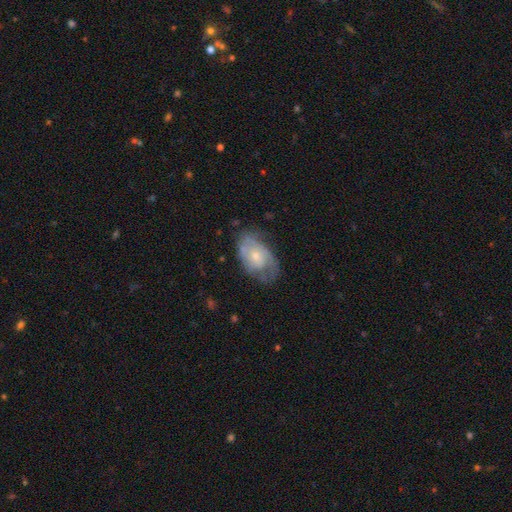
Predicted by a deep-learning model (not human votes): smooth-or-featured: featured or disk: 62% | smooth: 31% | star or artifact: 7%
  disk-edge-on: no: 96% | yes: 4%
    bar: no: 78% | weak: 19% | strong: 3%
    has-spiral-arms: yes: 74% | no: 26%
    bulge-size: small: 58% | moderate: 37% | none: 2% | large: 2% | dominant: 1%
  merging: none: 48% | minor disturbance: 30% | major disturbance: 20% | merger: 2%